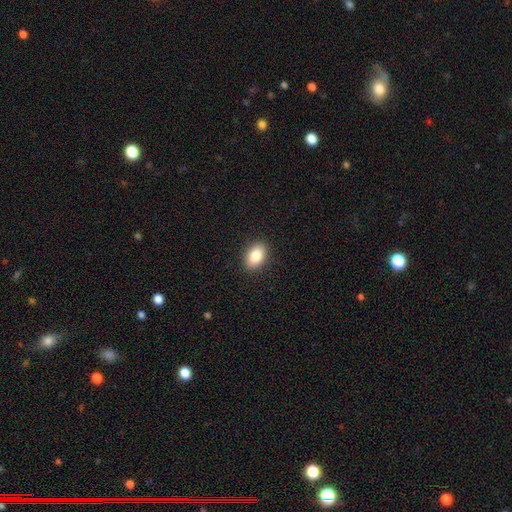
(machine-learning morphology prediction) The model was most divided on "how rounded": in between: 88%, round: 10%, cigar-shaped: 2%. More confident: merging — none (90%); smooth or featured — smooth (86%).